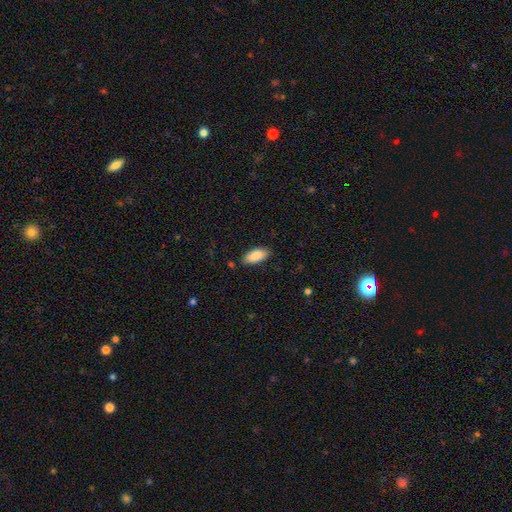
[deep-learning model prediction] Morphology: type=smooth (89%); roundness=in between (89%); merging=none (85%).